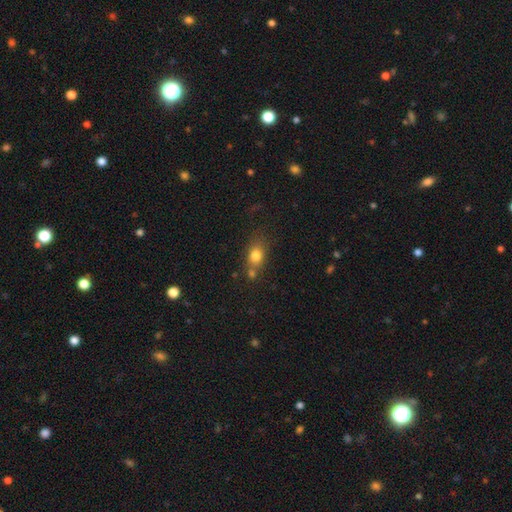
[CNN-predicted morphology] smooth_or_featured: smooth (p=0.78) [alt: star or artifact p=0.11]
how_rounded: in between (p=0.53) [alt: round p=0.43]
merging: none (p=0.54) [alt: merger p=0.24]